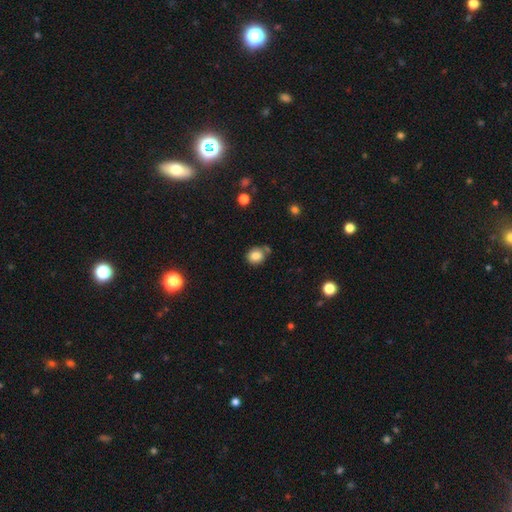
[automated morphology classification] Overall: smooth (83%). How rounded: round (78%). Merging: none (69%).